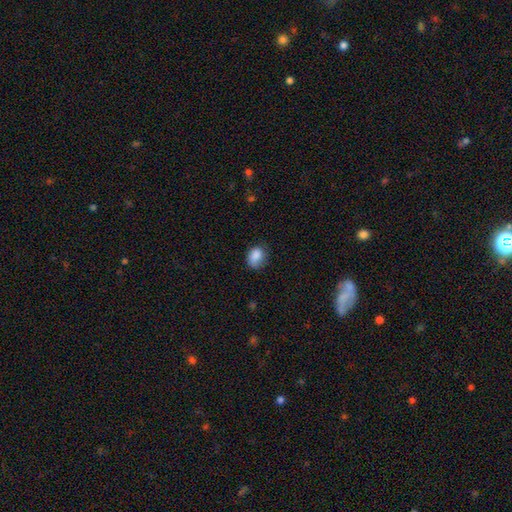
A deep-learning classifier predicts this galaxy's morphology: The model was most divided on "merging": none: 63%, minor disturbance: 28%, major disturbance: 7%, merger: 1%. More confident: smooth or featured — smooth (86%); how rounded — in between (69%).